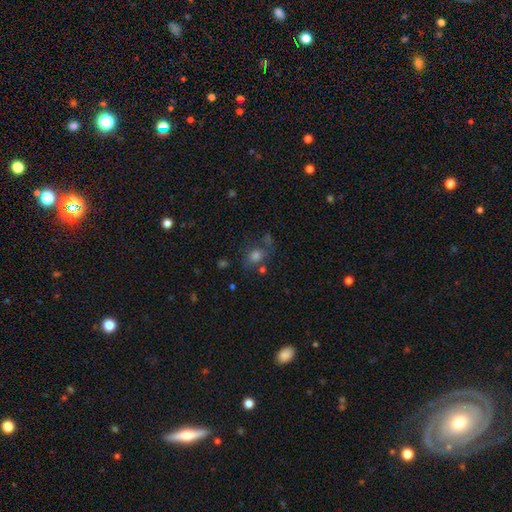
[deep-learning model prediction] This is possibly a smooth galaxy (56%). How rounded: possibly round (59%). Merging: likely none (62%).